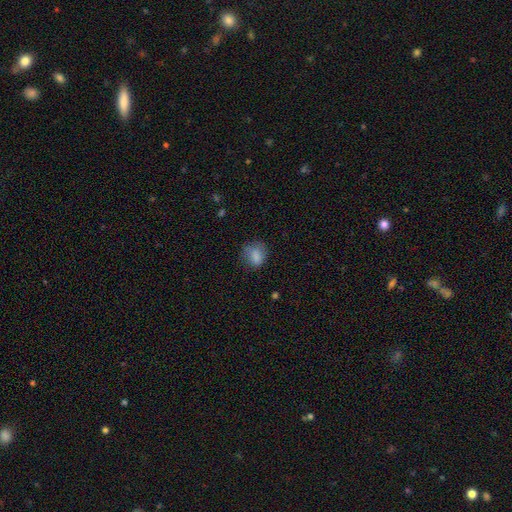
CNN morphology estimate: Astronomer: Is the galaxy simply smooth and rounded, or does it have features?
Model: smooth — 81%.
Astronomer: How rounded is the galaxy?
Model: round — 54% (runner-up: in between, 44%).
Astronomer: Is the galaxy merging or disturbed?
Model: none — 63%.